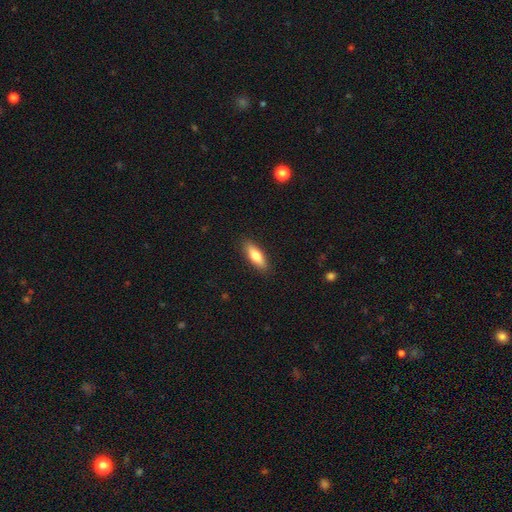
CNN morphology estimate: This appears to be a smooth galaxy with no disk features (76%) that is in between round and cigar-shaped (56%). Merging: none (89%).